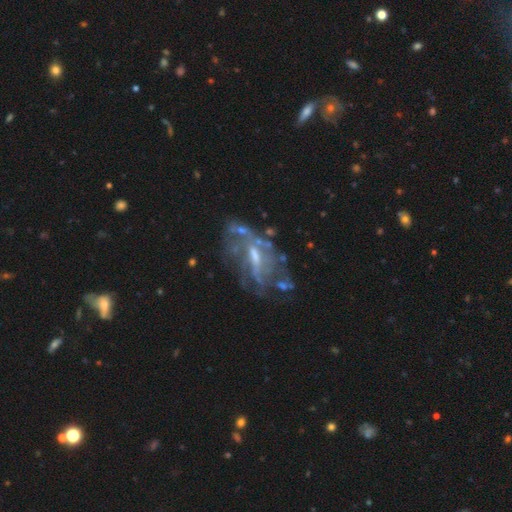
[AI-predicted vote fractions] smooth_or_featured: featured or disk (p=0.78) [alt: smooth p=0.11]
disk_edge_on: no (p=0.92) [alt: yes p=0.08]
bar: weak (p=0.47) [alt: no p=0.35]
has_spiral_arms: yes (p=0.62) [alt: no p=0.38]
bulge_size: moderate (p=0.42) [alt: small p=0.41]
merging: none (p=0.50) [alt: major disturbance p=0.22]